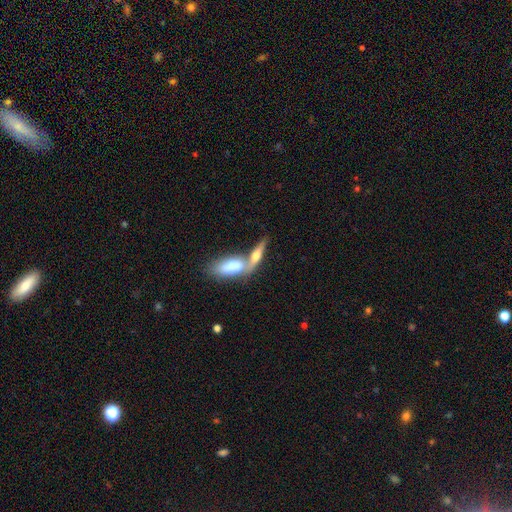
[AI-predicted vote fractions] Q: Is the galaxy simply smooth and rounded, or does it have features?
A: smooth — 53%.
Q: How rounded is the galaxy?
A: in between — 48%, tied with cigar-shaped.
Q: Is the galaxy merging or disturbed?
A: merger — 54%.